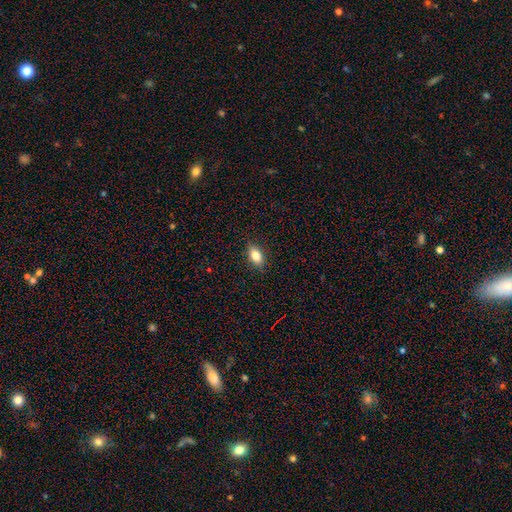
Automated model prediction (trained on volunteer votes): smooth_or_featured: smooth (p=0.82) [alt: featured or disk p=0.10]
how_rounded: in between (p=0.86) [alt: round p=0.08]
merging: none (p=0.87) [alt: minor disturbance p=0.10]